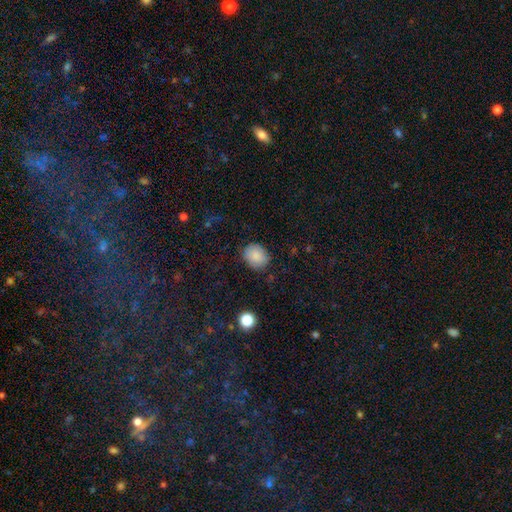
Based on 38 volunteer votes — Smooth or featured? 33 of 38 (87%) said smooth. How rounded? 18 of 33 (55%) said round. Merging? 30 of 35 (86%) said none.